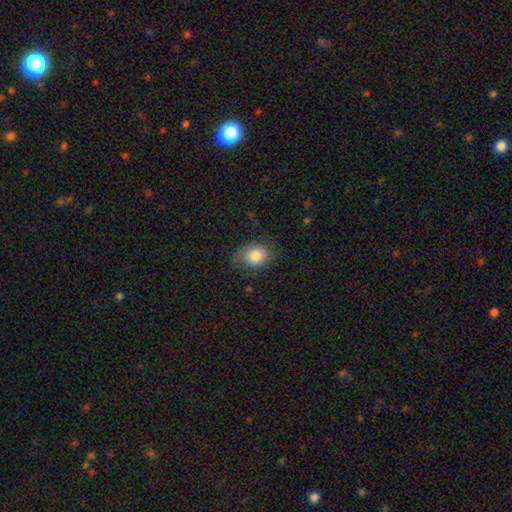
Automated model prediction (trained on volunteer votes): Smooth or featured: smooth — 81% (featured or disk — 11%)
How rounded: in between — 67% (round — 32%)
Merging: none — 68% (minor disturbance — 23%)